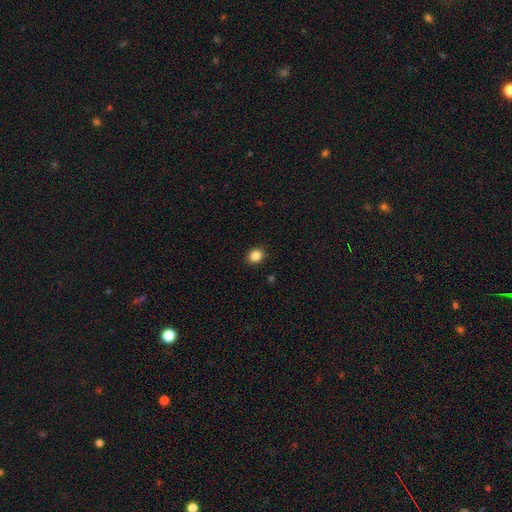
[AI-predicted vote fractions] Smooth or featured: smooth — 85% (star or artifact — 11%)
How rounded: round — 64% (in between — 35%)
Merging: none — 91% (minor disturbance — 6%)